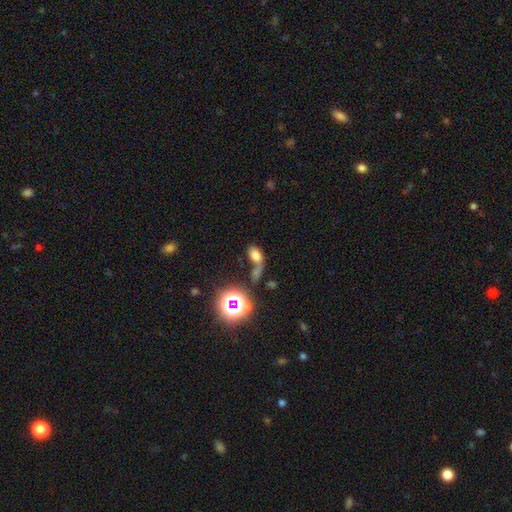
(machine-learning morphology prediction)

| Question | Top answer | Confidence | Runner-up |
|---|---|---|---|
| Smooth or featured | smooth | 65% | star or artifact (21%) |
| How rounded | in between | 82% | round (16%) |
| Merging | merger | 45% | none (27%) |